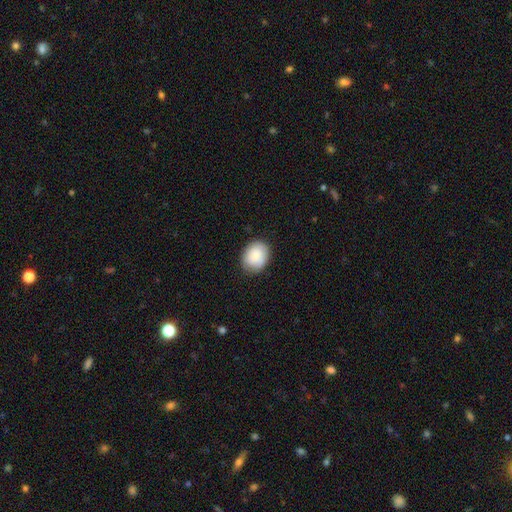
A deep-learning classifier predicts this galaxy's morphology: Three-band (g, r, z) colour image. It shows a smooth galaxy with no disk features (86%) that is round (55%). Merging: none (84%).